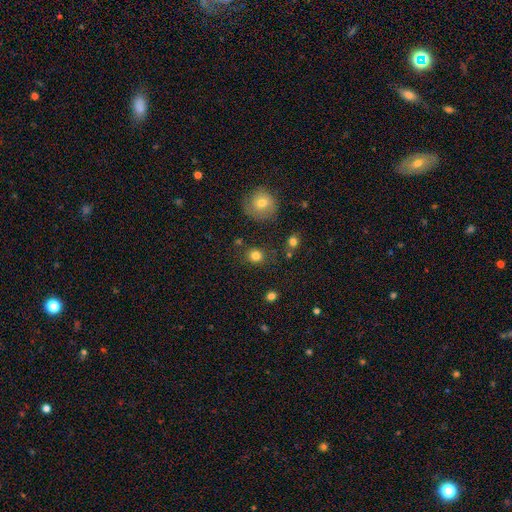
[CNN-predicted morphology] smooth 82%, star or artifact 12%, featured or disk 6%. Down the decision tree: how rounded — round (83%); merging — none (83%).